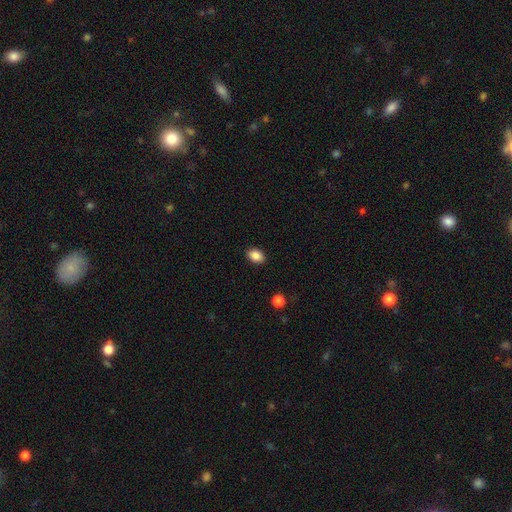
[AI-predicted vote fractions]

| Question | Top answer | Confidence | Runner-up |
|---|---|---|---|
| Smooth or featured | smooth | 87% | star or artifact (9%) |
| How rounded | in between | 78% | round (21%) |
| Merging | none | 89% | minor disturbance (7%) |